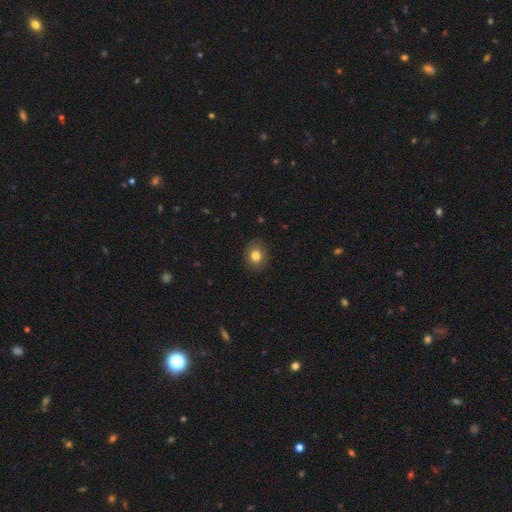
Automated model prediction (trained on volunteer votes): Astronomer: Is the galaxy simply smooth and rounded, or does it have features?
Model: smooth — 80%.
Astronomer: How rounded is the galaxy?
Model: round — 63%.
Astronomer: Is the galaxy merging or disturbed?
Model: none — 87%.